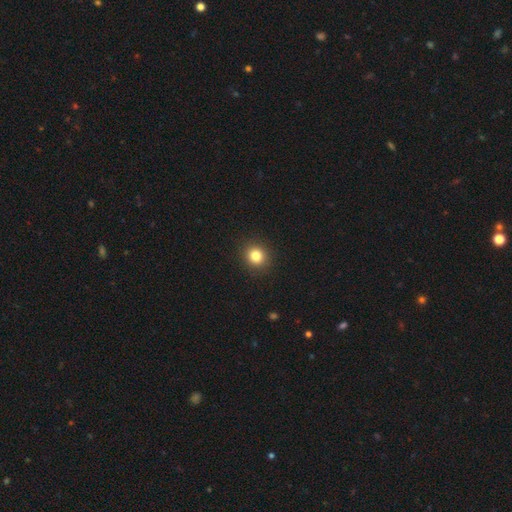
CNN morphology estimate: This is clearly a smooth galaxy (83%). How rounded: clearly round (87%). Merging: clearly none (92%).